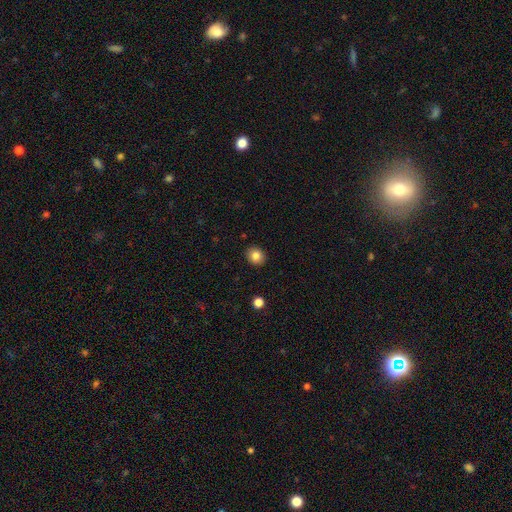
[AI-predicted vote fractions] Smooth or featured? Predicted: smooth (p=0.83). How rounded? Predicted: round (p=0.77). Merging? Predicted: none (p=0.91).